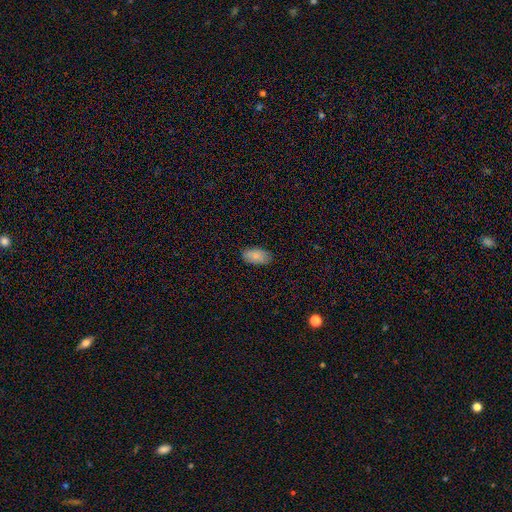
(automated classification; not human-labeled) Smooth or featured: smooth — 85% (featured or disk — 8%)
How rounded: in between — 94% (round — 4%)
Merging: none — 85% (minor disturbance — 12%)